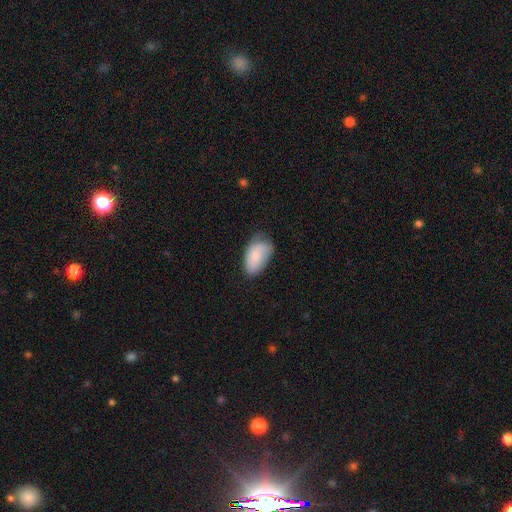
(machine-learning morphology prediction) A smooth galaxy with no disk features (79%) that is in between round and cigar-shaped (94%). Merging: none (55%).